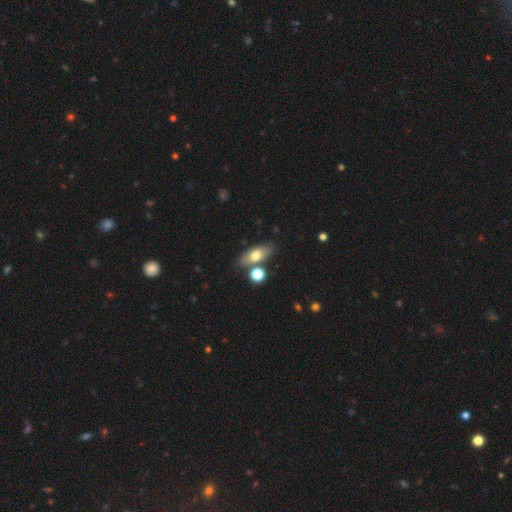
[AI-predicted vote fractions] smooth_or_featured: smooth (p=0.68) [alt: featured or disk p=0.25]
how_rounded: in between (p=0.76) [alt: cigar-shaped p=0.16]
merging: none (p=0.72) [alt: merger p=0.13]